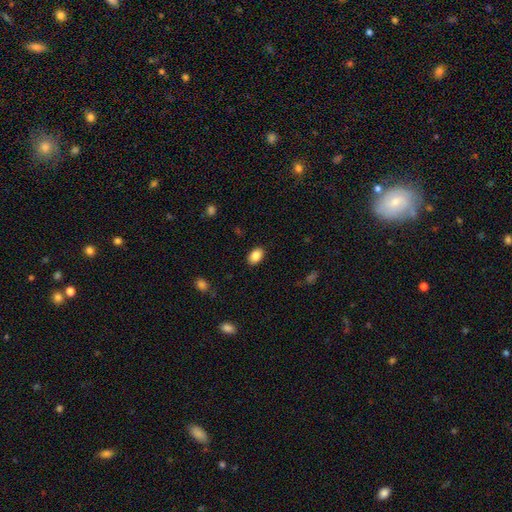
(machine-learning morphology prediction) Smooth or featured?
  - smooth: 87% *
  - star or artifact: 8%
  - featured or disk: 5%
How rounded?
  - in between: 84% *
  - round: 15%
  - cigar-shaped: 1%
Merging?
  - none: 88% *
  - minor disturbance: 9%
  - major disturbance: 2%
  - merger: 1%